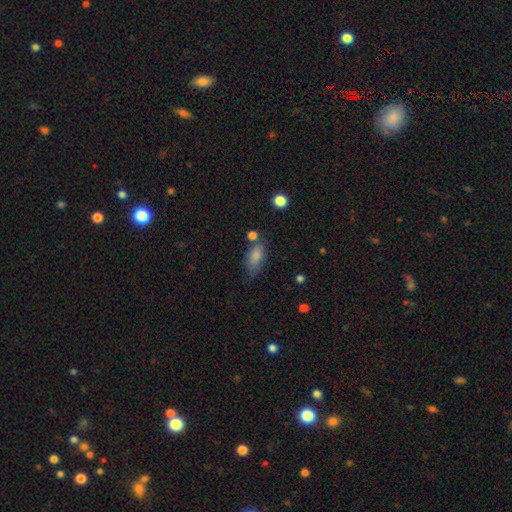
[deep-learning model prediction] Overall: smooth (82%). How rounded: in between (87%). Merging: none (55%; minor disturbance 25%).